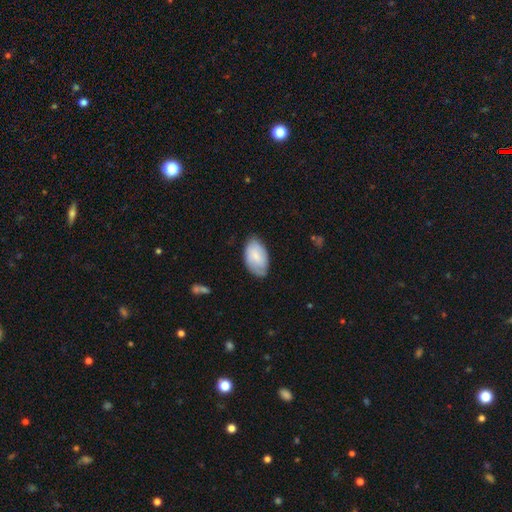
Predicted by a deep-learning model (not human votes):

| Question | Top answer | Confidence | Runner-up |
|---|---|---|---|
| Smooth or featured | smooth | 65% | featured or disk (29%) |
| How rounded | in between | 94% | round (5%) |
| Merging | none | 67% | minor disturbance (26%) |